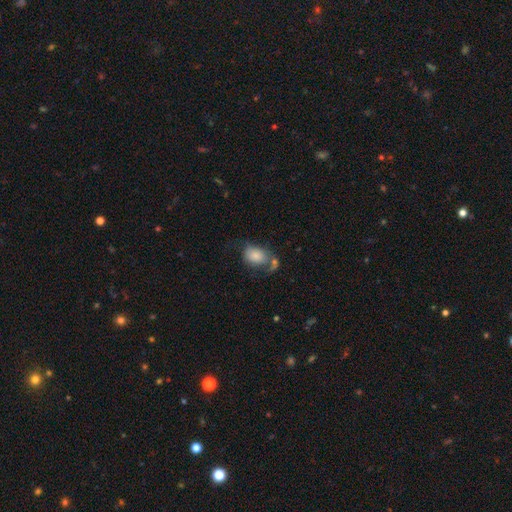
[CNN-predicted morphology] Q: Smooth or featured?
A: smooth (75%); runner-up: featured or disk (17%)
Q: How rounded?
A: in between (73%); runner-up: round (25%)
Q: Merging?
A: none (31%); runner-up: merger (24%)